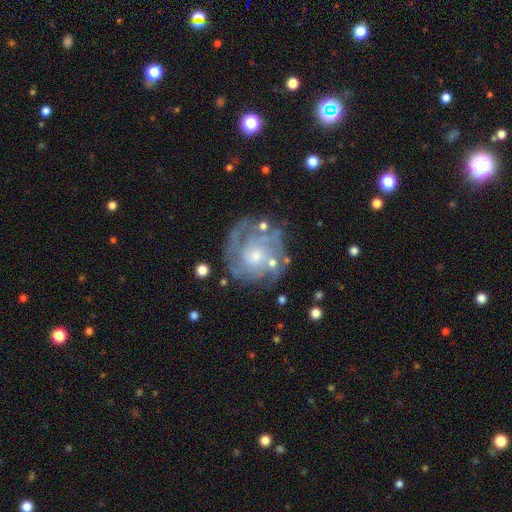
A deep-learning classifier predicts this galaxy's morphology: smooth-or-featured: featured or disk: 80% | smooth: 12% | star or artifact: 8%
  disk-edge-on: no: 98% | yes: 2%
    bar: no: 75% | weak: 21% | strong: 4%
    has-spiral-arms: yes: 88% | no: 12%
      spiral-winding: tight: 59% | medium: 30% | loose: 10%
      spiral-arm-count: can't tell: 39% | 3: 20% | 2: 16% | 4: 12% | more than 4: 7% | 1: 6%
    bulge-size: small: 55% | moderate: 38% | none: 3% | large: 3% | dominant: 1%
  merging: none: 70% | minor disturbance: 16% | major disturbance: 10% | merger: 4%